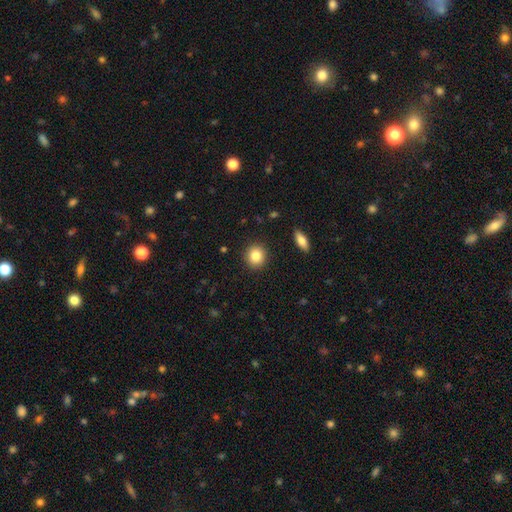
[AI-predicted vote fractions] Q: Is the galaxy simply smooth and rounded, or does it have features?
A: smooth — 84%.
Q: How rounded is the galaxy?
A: round — 84%.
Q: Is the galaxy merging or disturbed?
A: none — 91%.